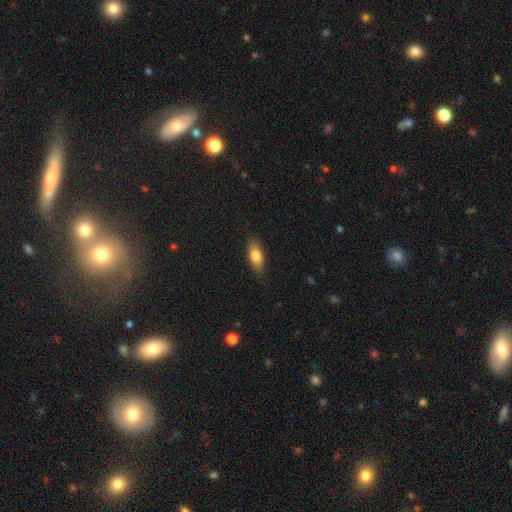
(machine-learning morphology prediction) smooth 78%, featured or disk 15%, star or artifact 6%. Down the decision tree: how rounded — in between (77%); merging — none (86%).